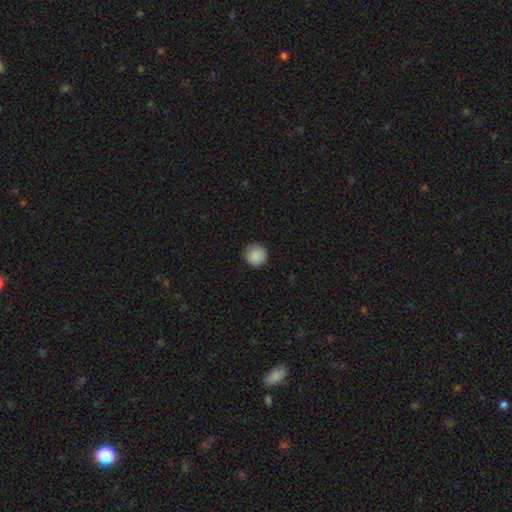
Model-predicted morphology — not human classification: smooth_or_featured: smooth (p=0.88) [alt: star or artifact p=0.08]
how_rounded: round (p=0.95) [alt: in between p=0.04]
merging: none (p=0.89) [alt: minor disturbance p=0.08]